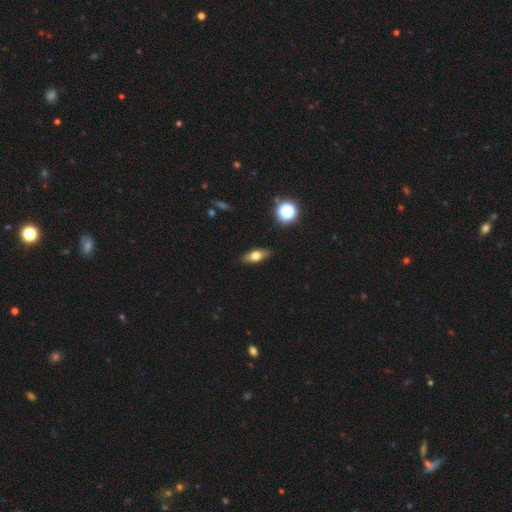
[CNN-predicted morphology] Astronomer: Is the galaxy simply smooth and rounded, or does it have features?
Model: smooth — 67%.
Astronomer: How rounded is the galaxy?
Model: in between — 73%.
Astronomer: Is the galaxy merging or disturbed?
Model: none — 86%.